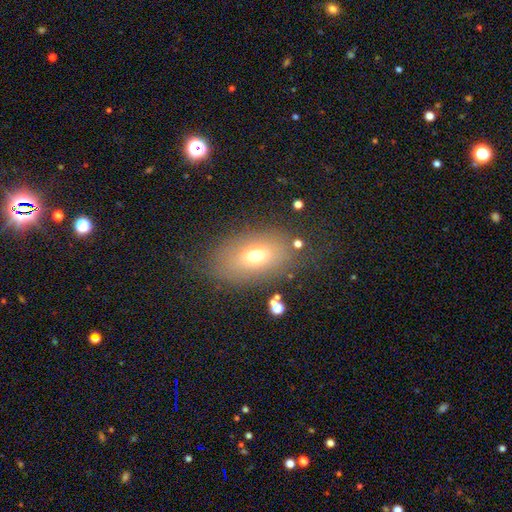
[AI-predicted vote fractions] Overall: smooth (66%). How rounded: in between (82%). Merging: none (73%).